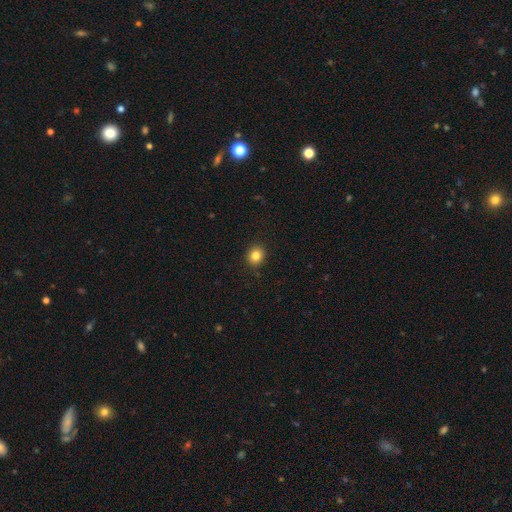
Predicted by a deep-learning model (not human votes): The model was most divided on "how rounded": round: 81%, in between: 18%, cigar-shaped: 1%. More confident: merging — none (92%); smooth or featured — smooth (84%).